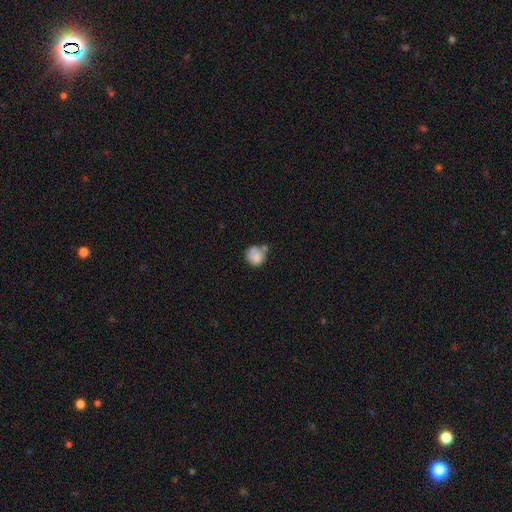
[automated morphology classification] type=smooth (78%); roundness=round (82%); merging=none (48%).